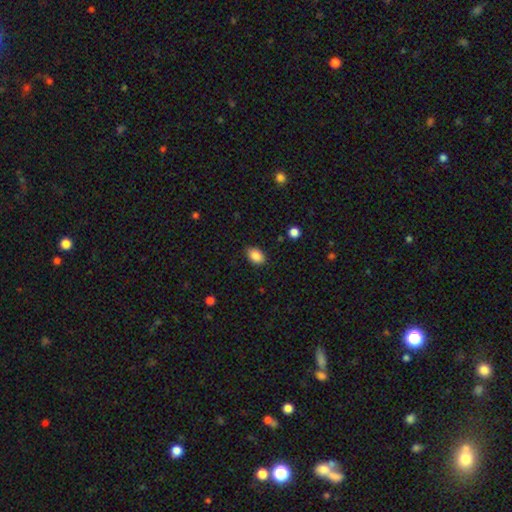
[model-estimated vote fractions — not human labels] A smooth galaxy with no disk features (87%) that is in between round and cigar-shaped (84%).

Vote fractions:
- Smooth or featured? smooth: 87% / star or artifact: 8% / featured or disk: 5%
- How rounded? in between: 84% / round: 15% / cigar-shaped: 1%
- Merging? none: 85% / minor disturbance: 11% / major disturbance: 2% / merger: 1%